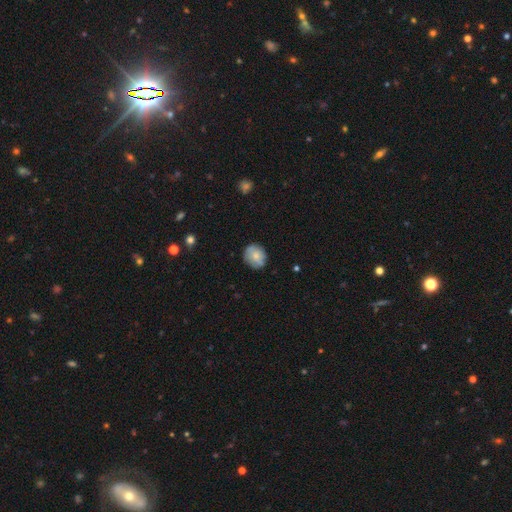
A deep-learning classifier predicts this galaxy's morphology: smooth_or_featured: smooth (p=0.72) [alt: featured or disk p=0.21]
how_rounded: round (p=0.72) [alt: in between p=0.27]
merging: none (p=0.75) [alt: minor disturbance p=0.20]